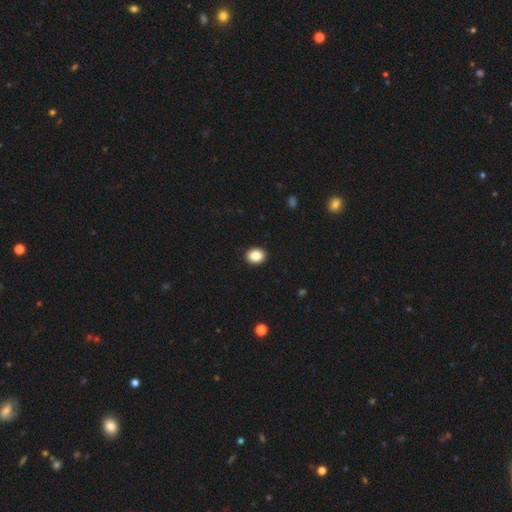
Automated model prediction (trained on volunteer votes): smooth_or_featured: smooth (p=0.87) [alt: star or artifact p=0.08]
how_rounded: in between (p=0.56) [alt: round p=0.43]
merging: none (p=0.92) [alt: minor disturbance p=0.06]